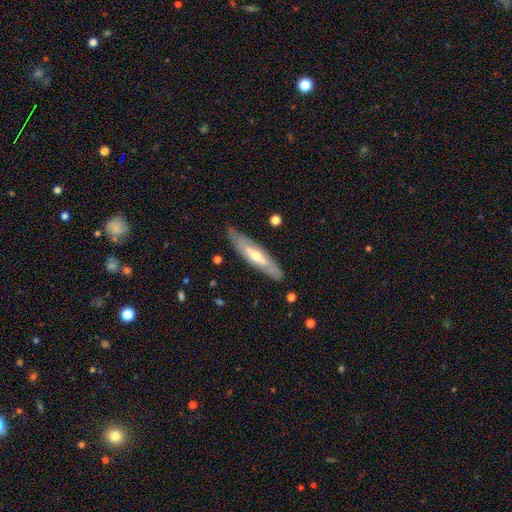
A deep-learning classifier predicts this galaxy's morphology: Smooth or featured?
  - featured or disk: 61% *
  - smooth: 34%
  - star or artifact: 5%
Edge-on disk?
  - yes: 57% *
  - no: 43%
Merging?
  - none: 81% *
  - minor disturbance: 14%
  - major disturbance: 3%
  - merger: 1%